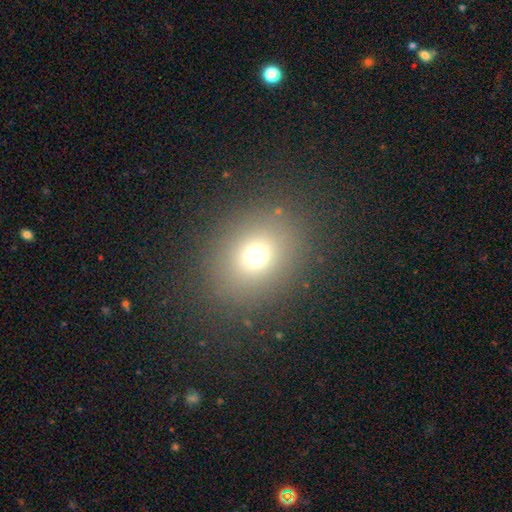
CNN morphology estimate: smooth-or-featured: smooth: 69% | star or artifact: 21% | featured or disk: 9%
  how-rounded: round: 68% | in between: 31% | cigar-shaped: 1%
  merging: none: 85% | minor disturbance: 8% | major disturbance: 5% | merger: 2%